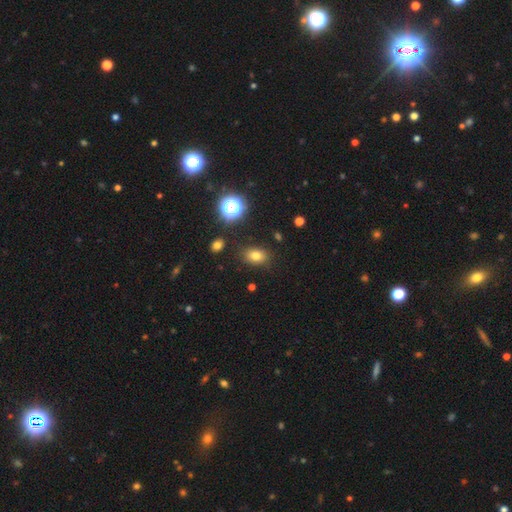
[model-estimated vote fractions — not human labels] smooth_or_featured: smooth (p=0.75) [alt: star or artifact p=0.16]
how_rounded: in between (p=0.72) [alt: round p=0.26]
merging: none (p=0.83) [alt: minor disturbance p=0.11]